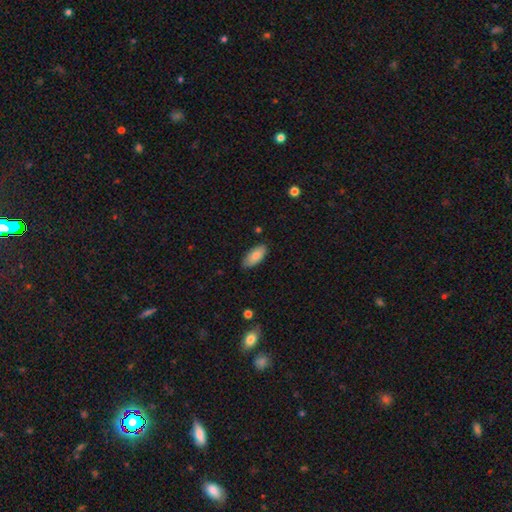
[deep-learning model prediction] Smooth or featured?
  - smooth: 86% *
  - featured or disk: 8%
  - star or artifact: 6%
How rounded?
  - in between: 87% *
  - cigar-shaped: 12%
  - round: 2%
Merging?
  - none: 83% *
  - minor disturbance: 14%
  - major disturbance: 2%
  - merger: 1%